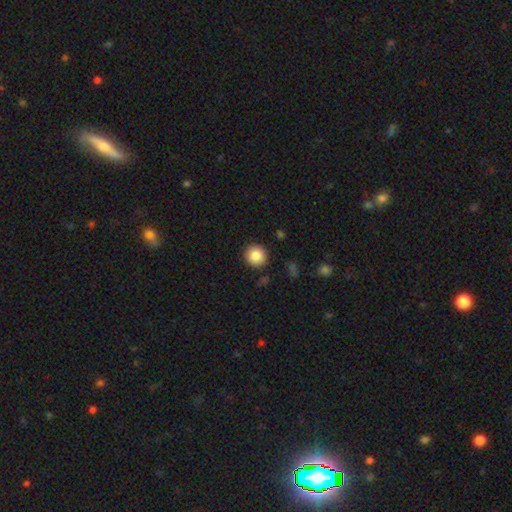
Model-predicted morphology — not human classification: This is clearly a smooth galaxy (85%). How rounded: clearly round (93%). Merging: clearly none (90%).